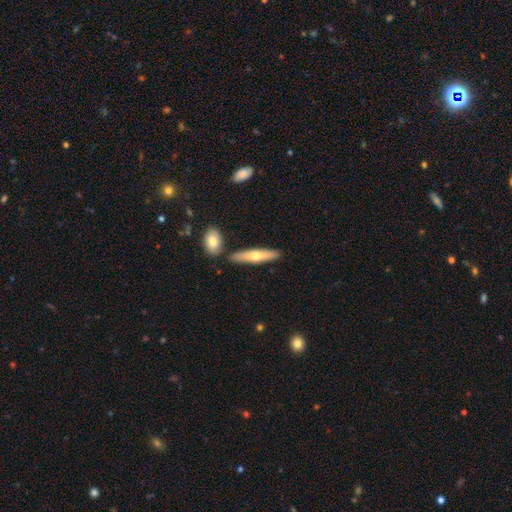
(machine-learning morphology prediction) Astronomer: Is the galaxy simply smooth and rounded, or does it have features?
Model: smooth — 59% (runner-up: featured or disk, 36%).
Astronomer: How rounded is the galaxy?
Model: cigar-shaped — 82%.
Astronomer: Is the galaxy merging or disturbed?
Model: none — 81%.